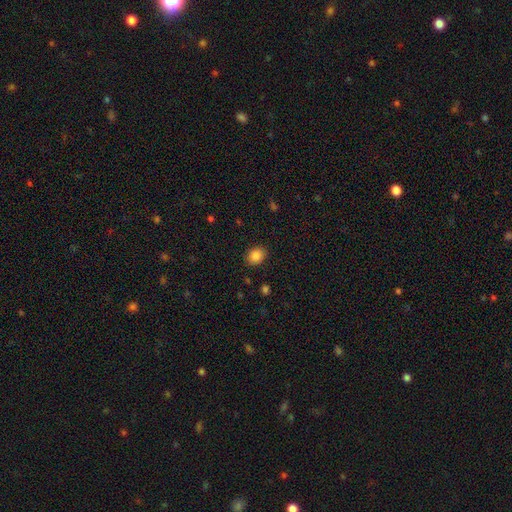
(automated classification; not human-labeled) A smooth galaxy with no disk features (86%) that is round (50%). Merging: none (88%).